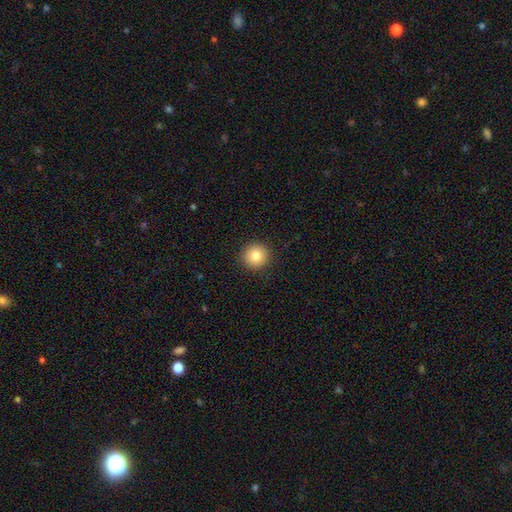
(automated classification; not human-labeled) Smooth or featured?
  - smooth: 83% *
  - star or artifact: 10%
  - featured or disk: 7%
How rounded?
  - round: 95% *
  - in between: 4%
  - cigar-shaped: 1%
Merging?
  - none: 92% *
  - minor disturbance: 5%
  - major disturbance: 2%
  - merger: 1%